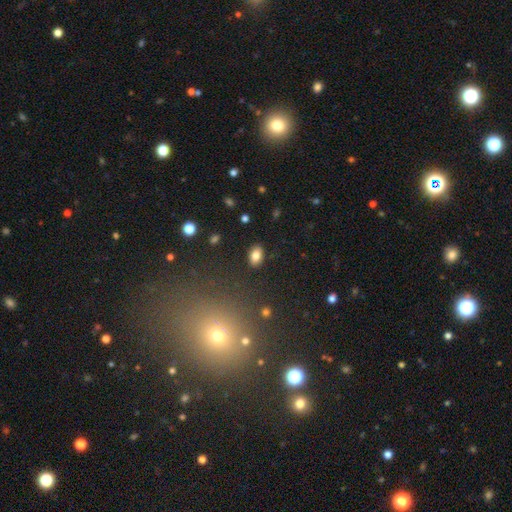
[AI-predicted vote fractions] This appears to be a smooth galaxy with no disk features (82%) that is in between round and cigar-shaped (87%). Merging: none (87%).